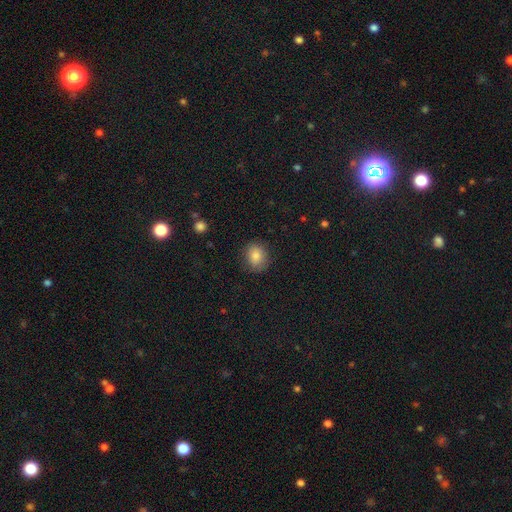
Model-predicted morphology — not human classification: This appears to be a smooth galaxy with no disk features (84%) that is round (62%). Merging: none (82%).